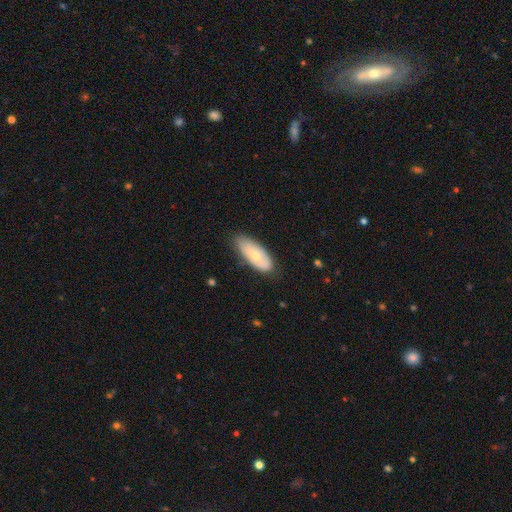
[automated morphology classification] Q: Smooth or featured?
A: smooth (63%); runner-up: featured or disk (31%)
Q: How rounded?
A: in between (82%); runner-up: cigar-shaped (16%)
Q: Merging?
A: none (74%); runner-up: minor disturbance (21%)